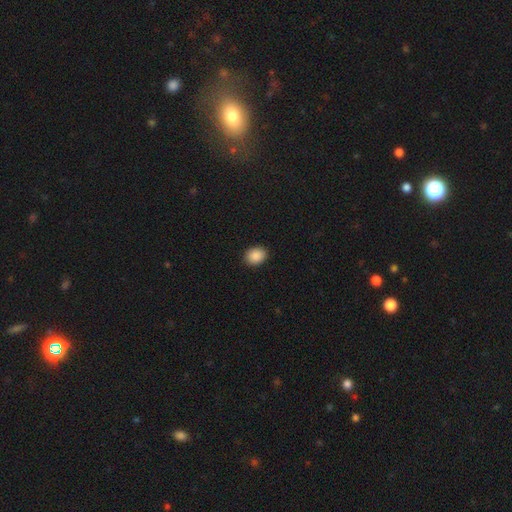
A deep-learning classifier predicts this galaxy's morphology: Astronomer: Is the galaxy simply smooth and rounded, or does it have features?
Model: smooth — 90%.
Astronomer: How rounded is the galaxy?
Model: in between — 57% (runner-up: round, 42%).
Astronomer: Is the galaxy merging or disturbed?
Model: none — 91%.